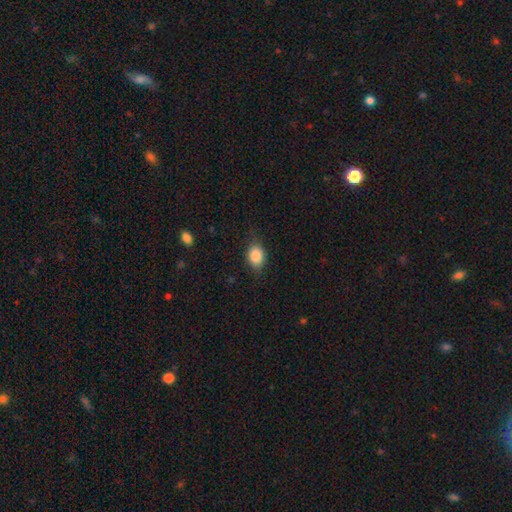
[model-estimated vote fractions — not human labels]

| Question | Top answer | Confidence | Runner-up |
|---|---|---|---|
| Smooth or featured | smooth | 86% | star or artifact (8%) |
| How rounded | in between | 65% | round (34%) |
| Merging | none | 75% | minor disturbance (19%) |